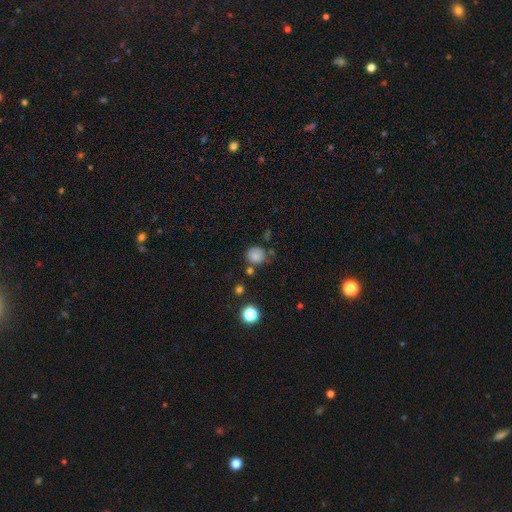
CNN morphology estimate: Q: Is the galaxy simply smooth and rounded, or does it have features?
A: smooth — 82%.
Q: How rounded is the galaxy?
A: round — 86%.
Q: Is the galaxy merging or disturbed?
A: none — 71%.